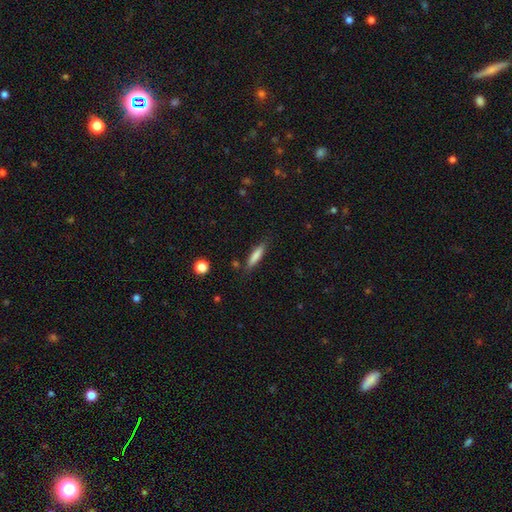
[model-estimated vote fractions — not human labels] Smooth or featured: smooth — 79% (featured or disk — 14%)
How rounded: cigar-shaped — 80% (in between — 18%)
Merging: none — 82% (minor disturbance — 13%)